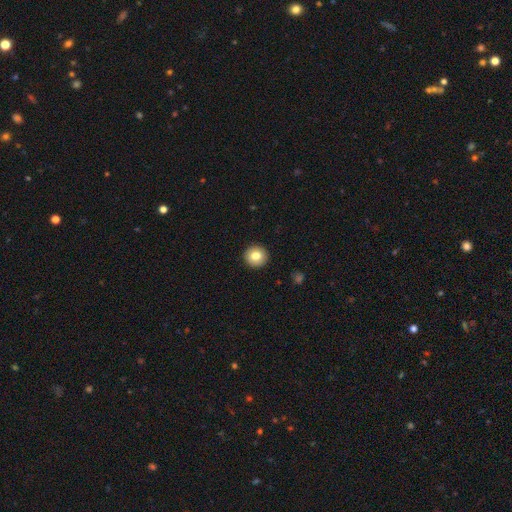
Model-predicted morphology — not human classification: Smooth or featured?
  - smooth: 81% *
  - featured or disk: 10%
  - star or artifact: 9%
How rounded?
  - round: 95% *
  - in between: 5%
  - cigar-shaped: 1%
Merging?
  - none: 93% *
  - minor disturbance: 4%
  - major disturbance: 1%
  - merger: 1%